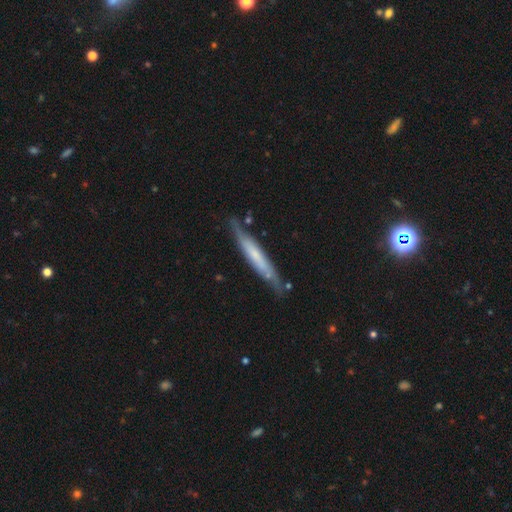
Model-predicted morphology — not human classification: featured or disk 56%, smooth 38%, star or artifact 6%. Down the decision tree: edge-on disk — yes (78%); merging — none (72%).